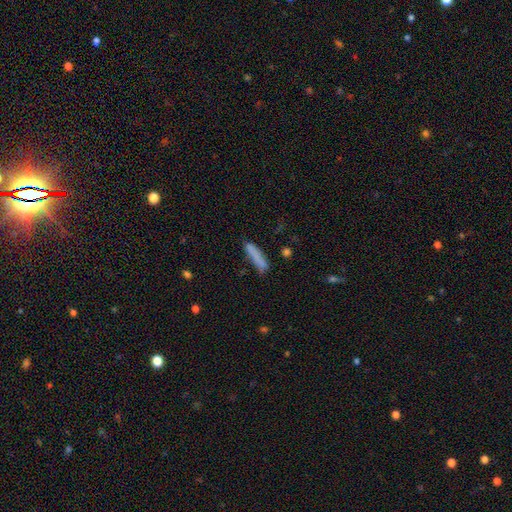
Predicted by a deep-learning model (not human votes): This is likely a smooth galaxy (79%). How rounded: clearly cigar-shaped (84%). Merging: likely none (68%).